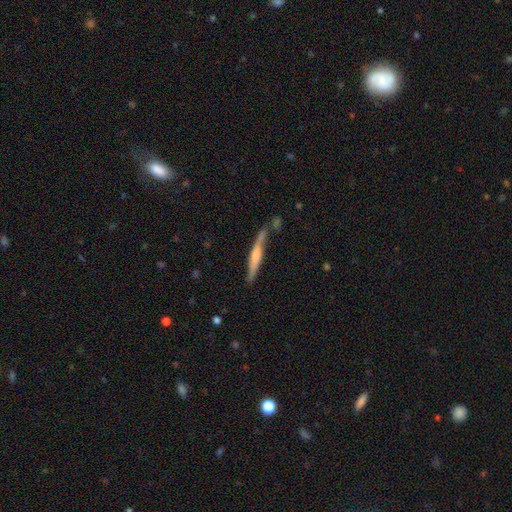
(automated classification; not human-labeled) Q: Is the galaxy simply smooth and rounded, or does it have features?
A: featured or disk — 48%.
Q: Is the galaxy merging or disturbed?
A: none — 57%.